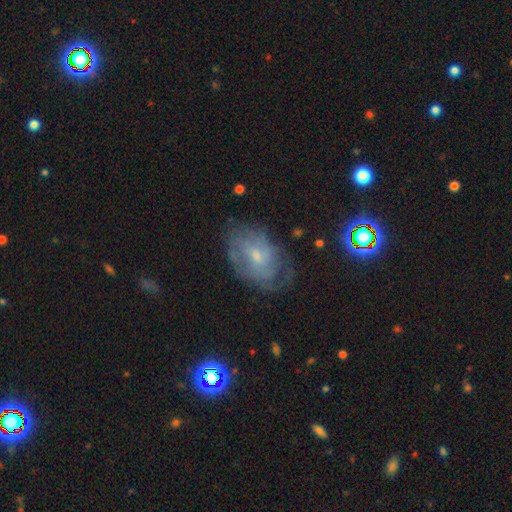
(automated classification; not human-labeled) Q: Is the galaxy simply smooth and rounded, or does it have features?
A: featured or disk — 64%.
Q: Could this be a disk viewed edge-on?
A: no — 96%.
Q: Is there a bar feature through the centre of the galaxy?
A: no — 57%.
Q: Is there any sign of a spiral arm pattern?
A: yes — 77%.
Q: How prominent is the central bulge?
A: small — 65%.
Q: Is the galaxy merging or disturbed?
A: none — 63%.